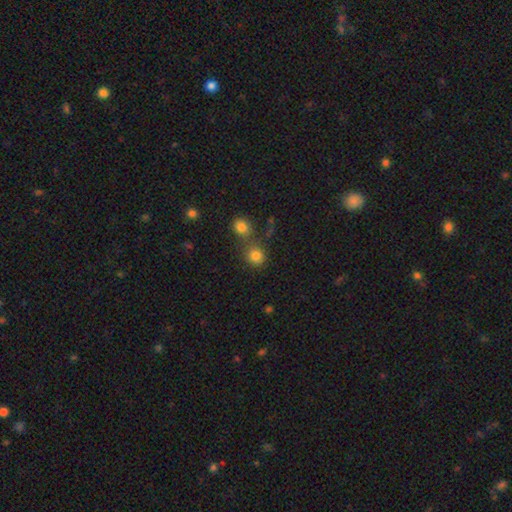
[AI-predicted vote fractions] Q: Smooth or featured?
A: smooth (81%); runner-up: star or artifact (13%)
Q: How rounded?
A: round (85%); runner-up: in between (14%)
Q: Merging?
A: none (60%); runner-up: merger (28%)